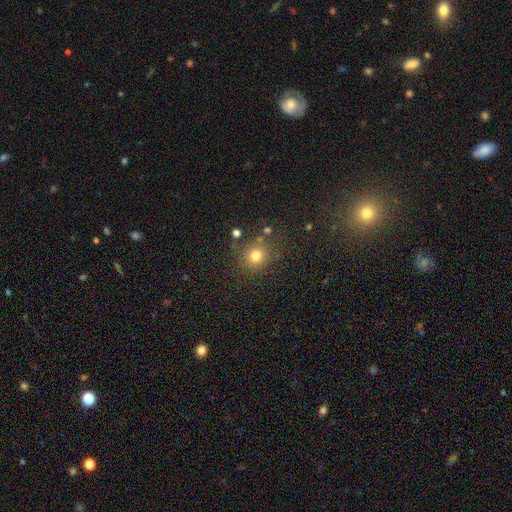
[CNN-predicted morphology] smooth-or-featured: smooth: 76% | star or artifact: 16% | featured or disk: 8%
  how-rounded: round: 85% | in between: 14% | cigar-shaped: 1%
  merging: none: 79% | minor disturbance: 10% | merger: 6% | major disturbance: 4%